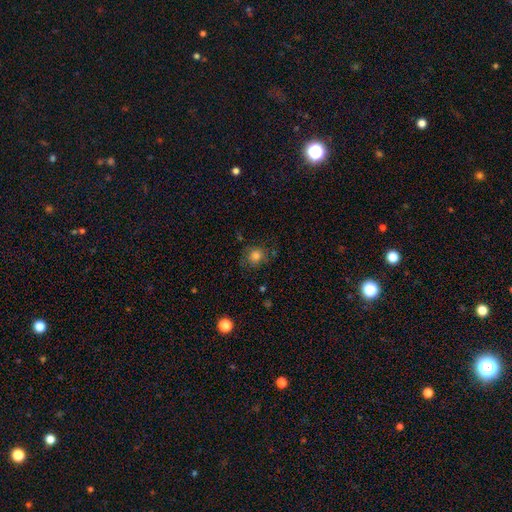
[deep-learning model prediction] This appears to be a smooth galaxy with no disk features (79%) that is round (80%). Merging: none (76%).